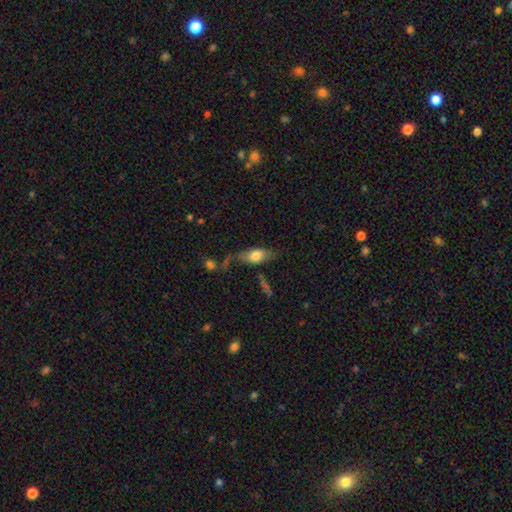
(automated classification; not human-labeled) This appears to be a smooth galaxy with no disk features (63%) that is in between round and cigar-shaped (82%). Merging: none (51%).